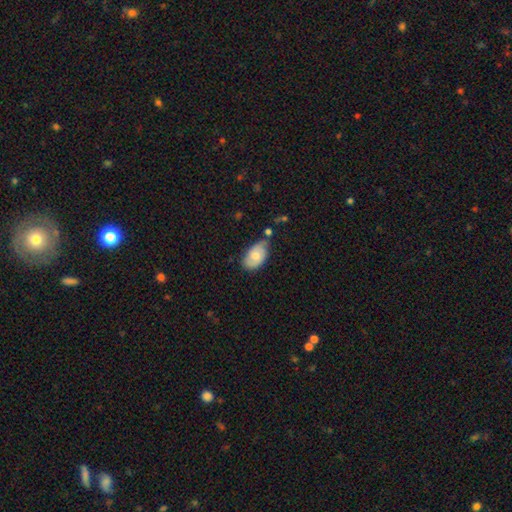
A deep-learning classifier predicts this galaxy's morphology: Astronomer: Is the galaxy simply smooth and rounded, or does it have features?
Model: smooth — 64%.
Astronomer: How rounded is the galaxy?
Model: in between — 92%.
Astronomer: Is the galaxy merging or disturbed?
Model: none — 51% (runner-up: minor disturbance, 32%).